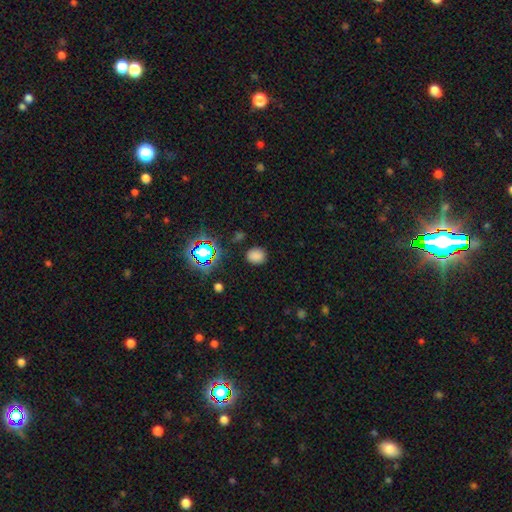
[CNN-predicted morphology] Smooth or featured? smooth (77%)
How rounded? round (63%)
Merging? none (84%)